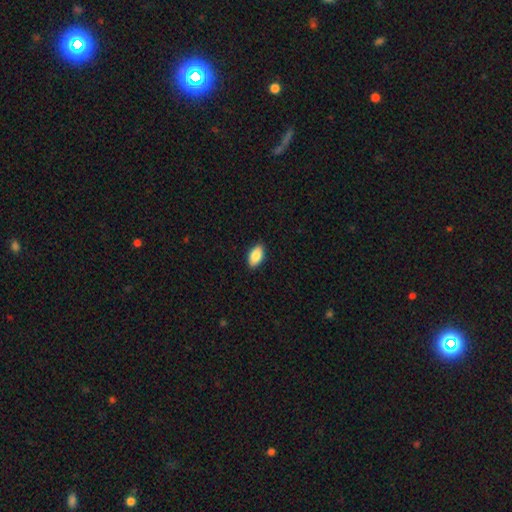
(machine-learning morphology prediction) smooth_or_featured: smooth (p=0.86) [alt: featured or disk p=0.07]
how_rounded: in between (p=0.93) [alt: round p=0.04]
merging: none (p=0.89) [alt: minor disturbance p=0.09]